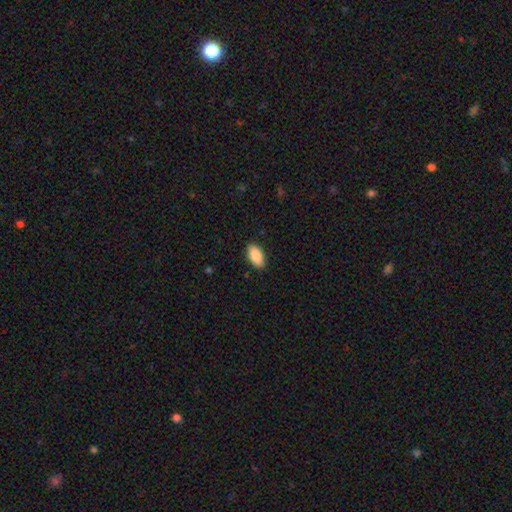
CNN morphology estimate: Smooth or featured: smooth — 89% (star or artifact — 6%)
How rounded: in between — 93% (cigar-shaped — 4%)
Merging: none — 89% (minor disturbance — 8%)